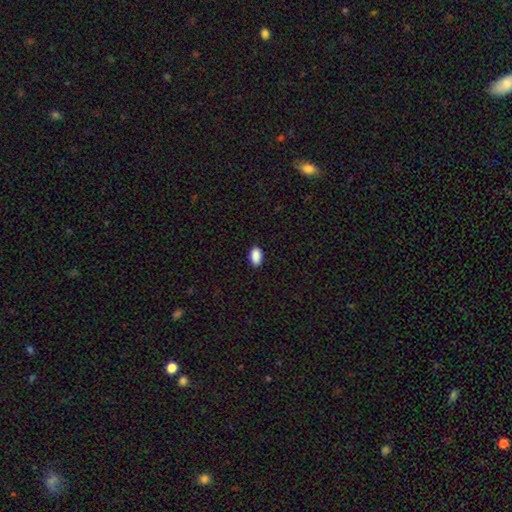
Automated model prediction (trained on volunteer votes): smooth 90%, star or artifact 8%, featured or disk 2%. Down the decision tree: how rounded — in between (92%); merging — none (89%).